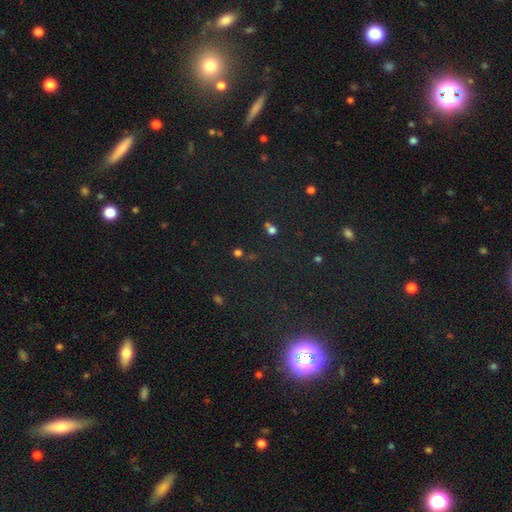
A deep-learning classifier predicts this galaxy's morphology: Overall: star or artifact (70%).